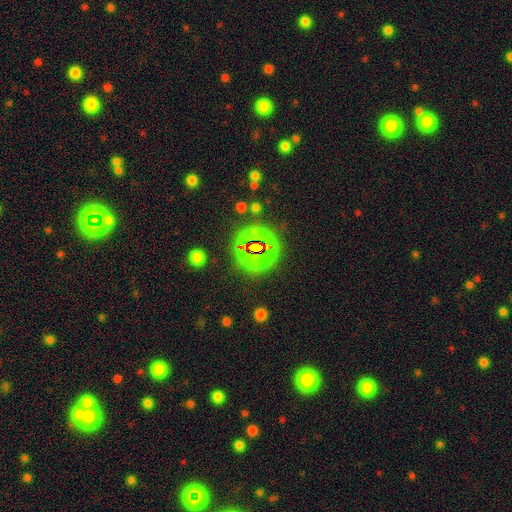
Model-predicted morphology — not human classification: A star or artifact, not a galaxy (77%).